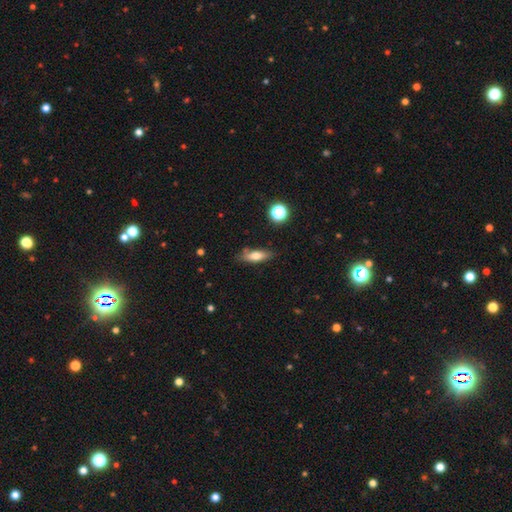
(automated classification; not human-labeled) The model was most divided on "how rounded": in between: 54%, cigar-shaped: 42%, round: 4%. More confident: merging — none (78%); smooth or featured — smooth (69%).